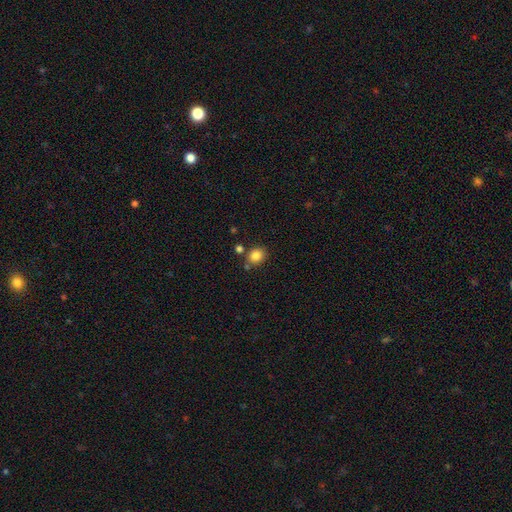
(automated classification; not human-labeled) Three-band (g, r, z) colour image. It shows a smooth galaxy with no disk features (84%) that is round (67%). Merging: none (77%).